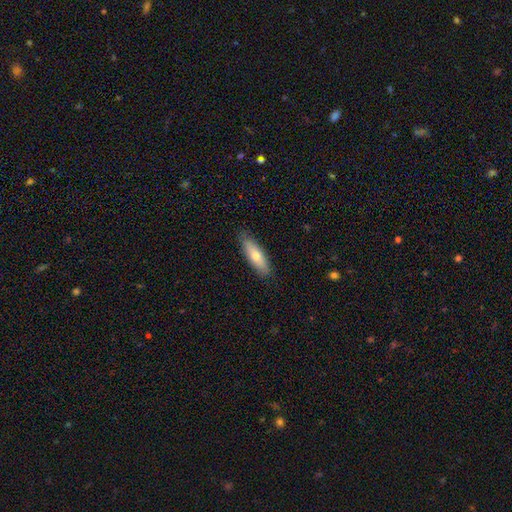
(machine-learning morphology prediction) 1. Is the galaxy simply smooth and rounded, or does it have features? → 67% smooth, 27% featured or disk, 6% star or artifact.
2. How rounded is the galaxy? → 49% cigar-shaped (tied), 49% in between (tied), 2% round.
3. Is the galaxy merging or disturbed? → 86% none, 10% minor disturbance, 2% major disturbance, 1% merger.